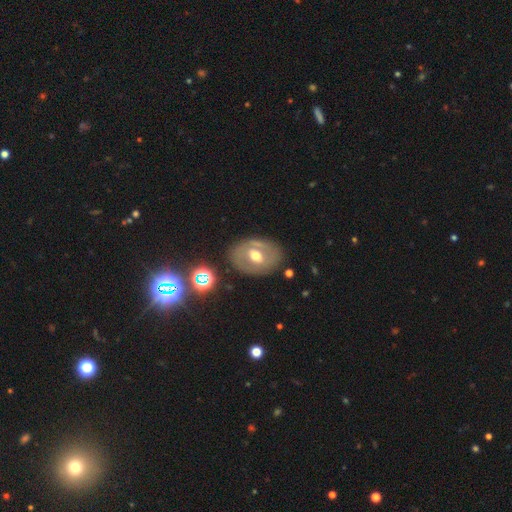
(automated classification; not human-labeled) Morphology: type=featured or disk (55%); edge-on=no (93%); bar=no (46%); spiral arms=no (79%); bulge=moderate (74%); merging=none (78%).